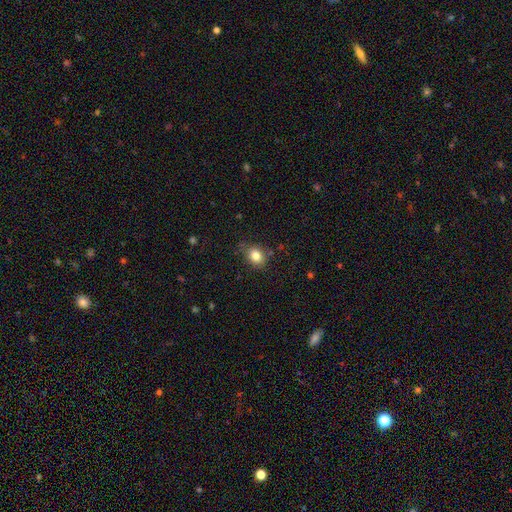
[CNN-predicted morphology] The model was most divided on "how rounded": round: 56%, in between: 43%, cigar-shaped: 1%. More confident: smooth or featured — smooth (83%); merging — none (80%).